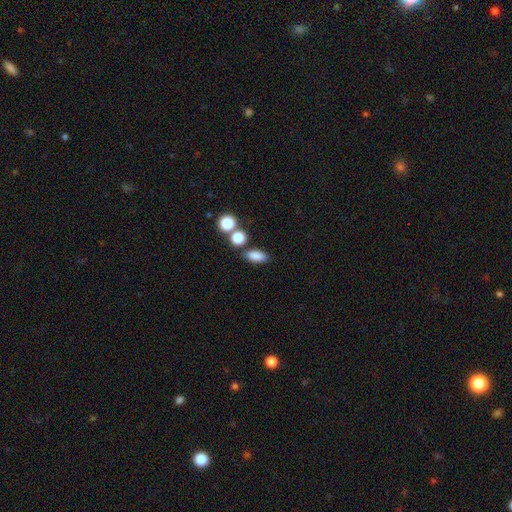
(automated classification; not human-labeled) This appears to be a smooth galaxy with no disk features (85%) that is in between round and cigar-shaped (82%). Merging: none (76%).